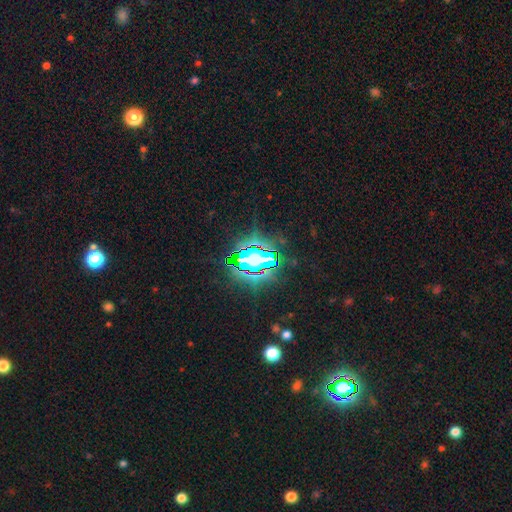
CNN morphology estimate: Smooth or featured?
  - star or artifact: 81% *
  - smooth: 11%
  - featured or disk: 8%